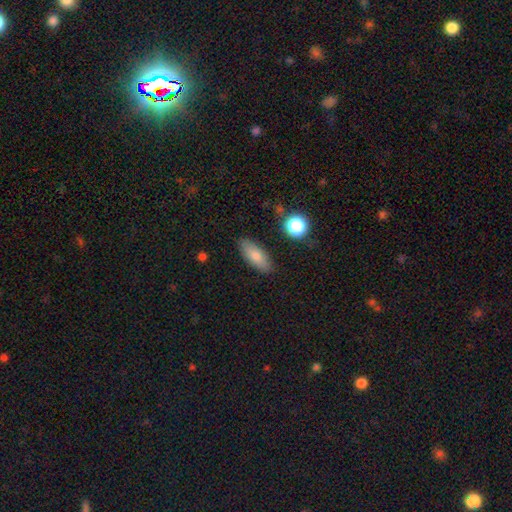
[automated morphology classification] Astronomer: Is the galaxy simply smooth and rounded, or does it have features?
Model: smooth — 78%.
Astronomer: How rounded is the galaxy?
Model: in between — 74%.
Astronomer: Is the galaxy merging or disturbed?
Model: none — 85%.